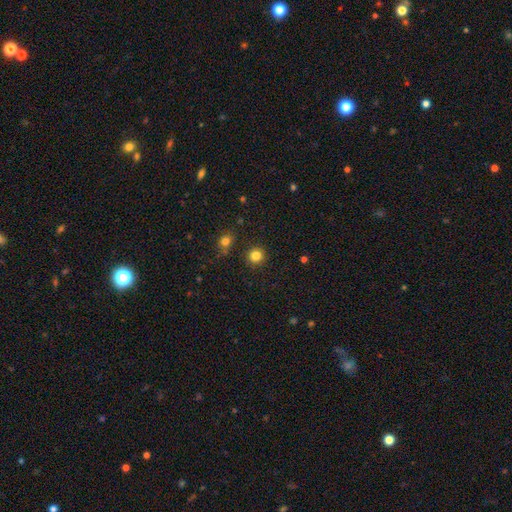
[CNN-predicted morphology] smooth 83%, star or artifact 13%, featured or disk 5%. Down the decision tree: how rounded — round (92%); merging — none (89%).